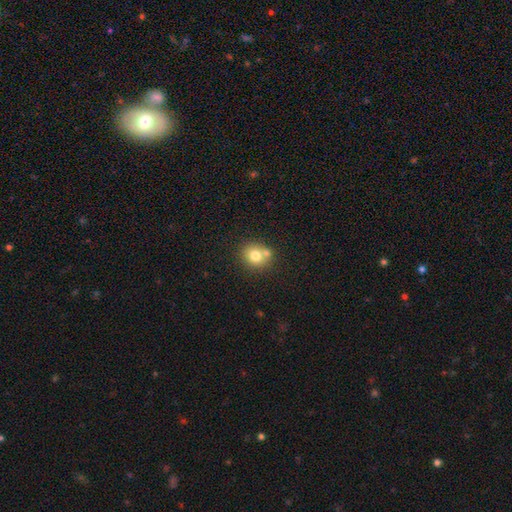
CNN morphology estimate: Smooth or featured: smooth — 76% (featured or disk — 14%)
How rounded: round — 73% (in between — 26%)
Merging: none — 55% (merger — 30%)